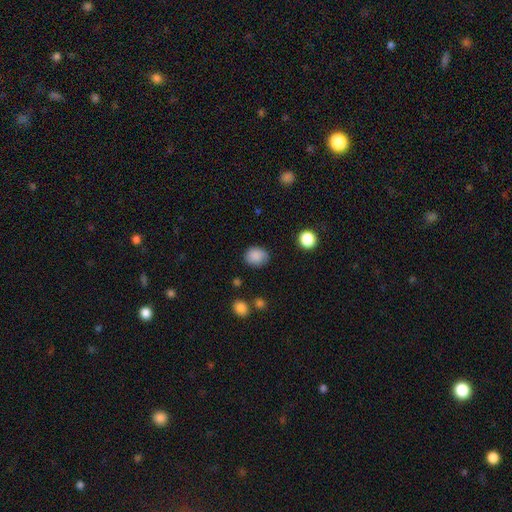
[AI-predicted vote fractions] This is clearly a smooth galaxy (86%). How rounded: likely round (61%). Merging: likely none (76%).